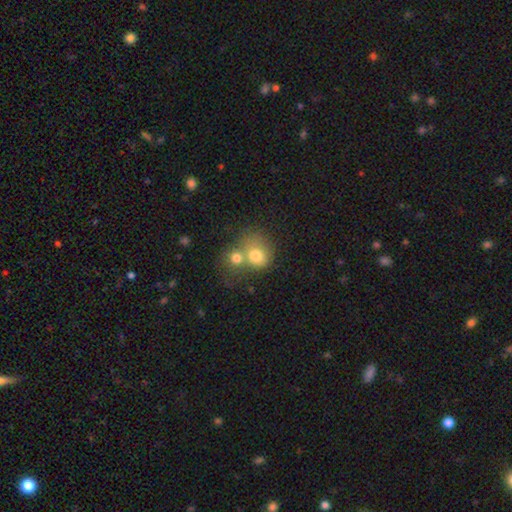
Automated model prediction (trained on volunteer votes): Overall: smooth (74%). How rounded: round (70%). Merging: merger (63%; none 25%).